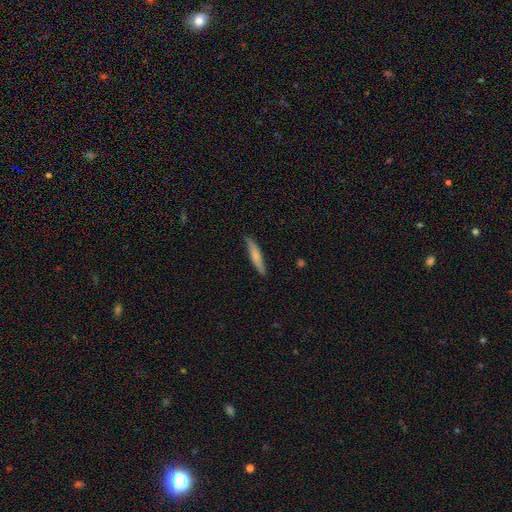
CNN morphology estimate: type=smooth (70%); roundness=cigar-shaped (89%); merging=none (83%).